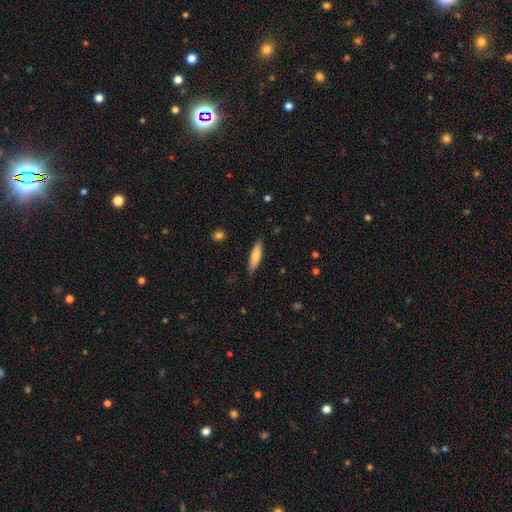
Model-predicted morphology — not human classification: This appears to be a smooth galaxy with no disk features (77%) that is cigar-shaped (75%). Merging: none (86%).